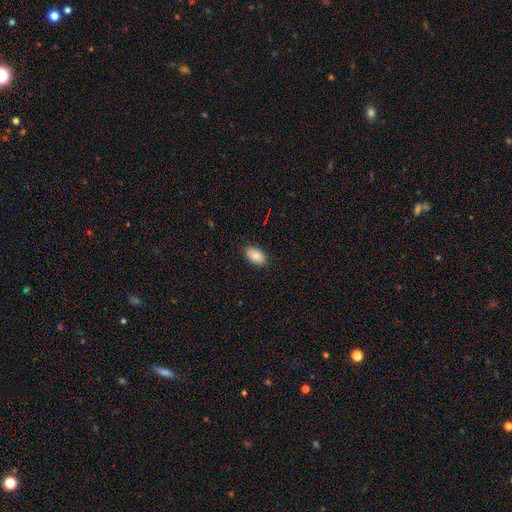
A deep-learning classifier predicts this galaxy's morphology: Smooth or featured? smooth (86%)
How rounded? in between (92%)
Merging? none (87%)